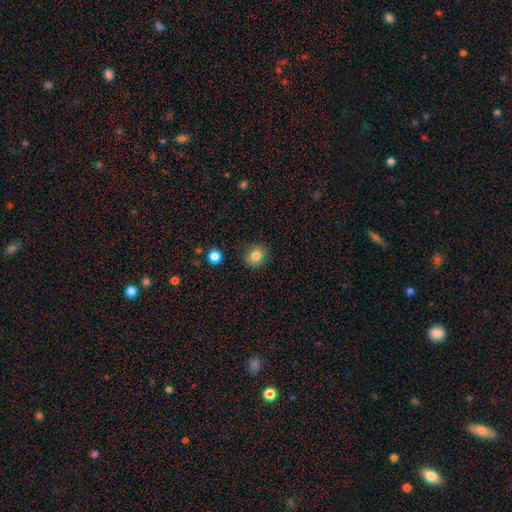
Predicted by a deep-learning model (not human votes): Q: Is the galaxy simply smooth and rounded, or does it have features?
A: smooth — 82%.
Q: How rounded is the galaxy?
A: round — 72%.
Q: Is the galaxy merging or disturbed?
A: none — 86%.